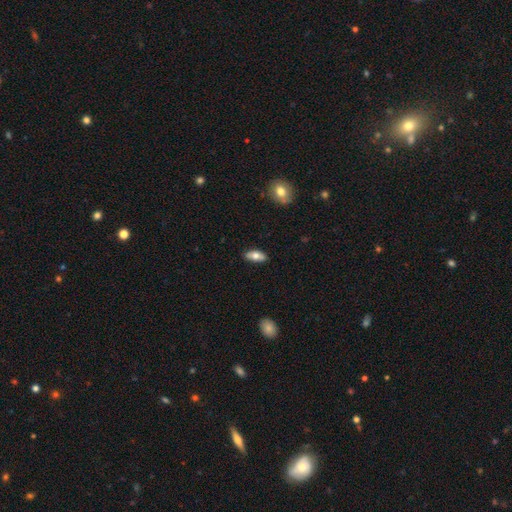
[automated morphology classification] Smooth or featured? smooth (71%)
How rounded? in between (83%)
Merging? none (86%)